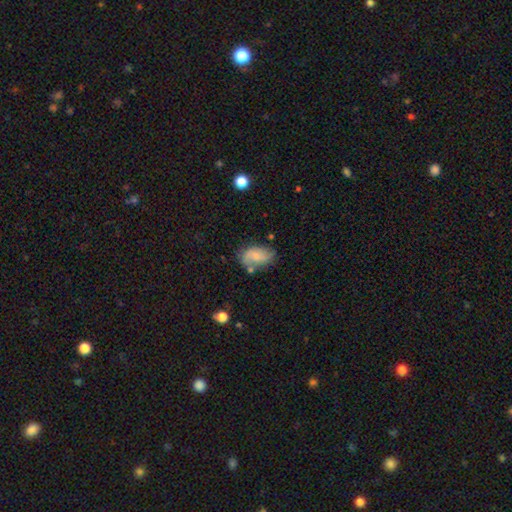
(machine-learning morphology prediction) This is possibly a smooth galaxy (58%). How rounded: clearly in between (89%). Merging: possibly none (57%).